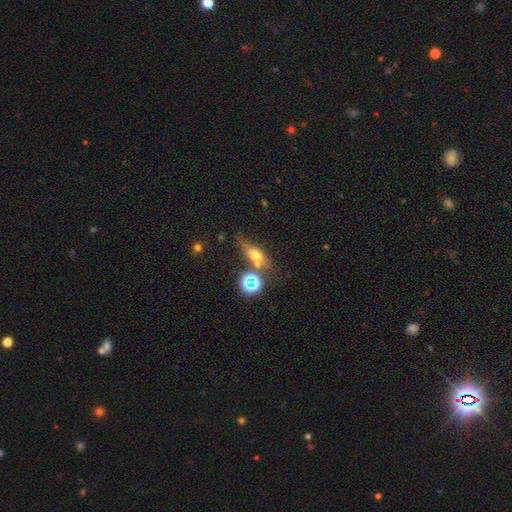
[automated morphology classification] A smooth galaxy with no disk features (51%) that is in between round and cigar-shaped (50%). Merging: none (52%).